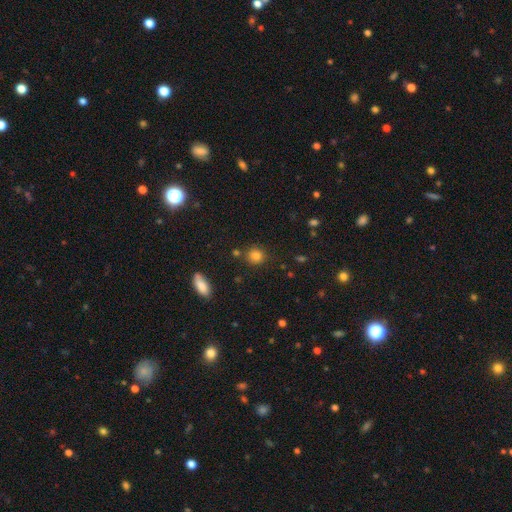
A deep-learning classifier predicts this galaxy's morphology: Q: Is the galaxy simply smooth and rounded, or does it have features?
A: smooth — 81%.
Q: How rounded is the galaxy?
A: round — 85%.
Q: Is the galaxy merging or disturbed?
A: none — 81%.